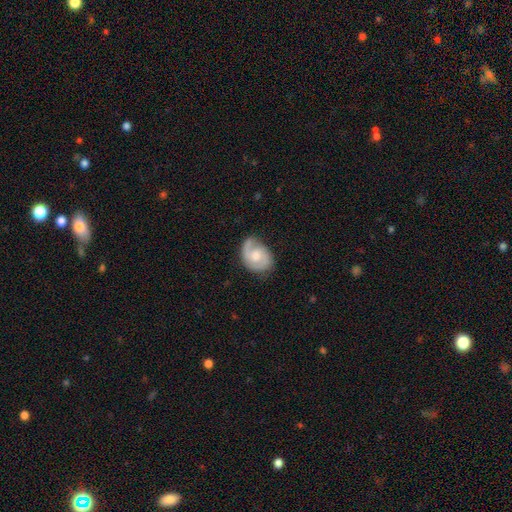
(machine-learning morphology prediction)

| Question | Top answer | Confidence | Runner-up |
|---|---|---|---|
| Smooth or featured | featured or disk | 75% | smooth (20%) |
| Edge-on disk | no | 97% | yes (3%) |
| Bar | no | 58% | weak (37%) |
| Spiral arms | yes | 94% | no (6%) |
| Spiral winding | medium | 47% | tight (34%) |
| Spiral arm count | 2 | 70% | 1 (19%) |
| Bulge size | moderate | 58% | small (33%) |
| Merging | none | 64% | minor disturbance (25%) |